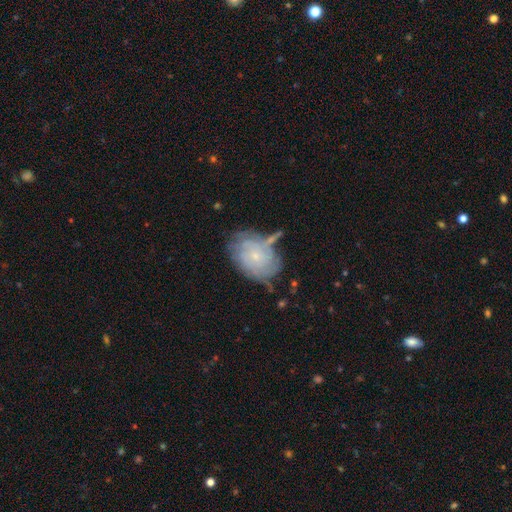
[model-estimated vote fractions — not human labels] Q: Smooth or featured?
A: featured or disk (69%); runner-up: smooth (23%)
Q: Edge-on disk?
A: no (97%); runner-up: yes (3%)
Q: Bar?
A: no (80%); runner-up: weak (17%)
Q: Spiral arms?
A: yes (83%); runner-up: no (17%)
Q: Spiral winding?
A: tight (71%); runner-up: medium (21%)
Q: Spiral arm count?
A: can't tell (55%); runner-up: 4 (12%)
Q: Bulge size?
A: small (78%); runner-up: moderate (16%)
Q: Merging?
A: none (52%); runner-up: minor disturbance (25%)